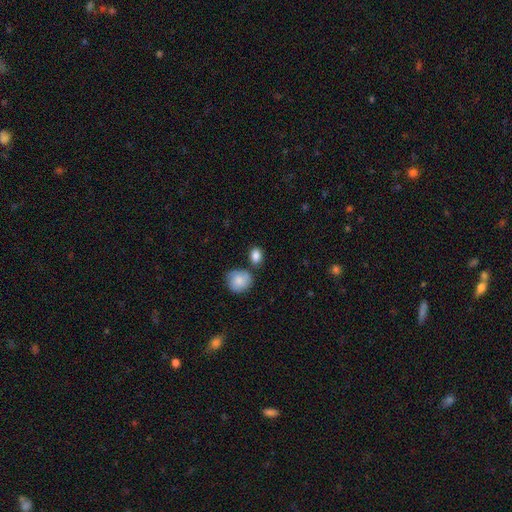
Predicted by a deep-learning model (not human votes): This appears to be a smooth galaxy with no disk features (86%) that is in between round and cigar-shaped (63%). Merging: none (66%).